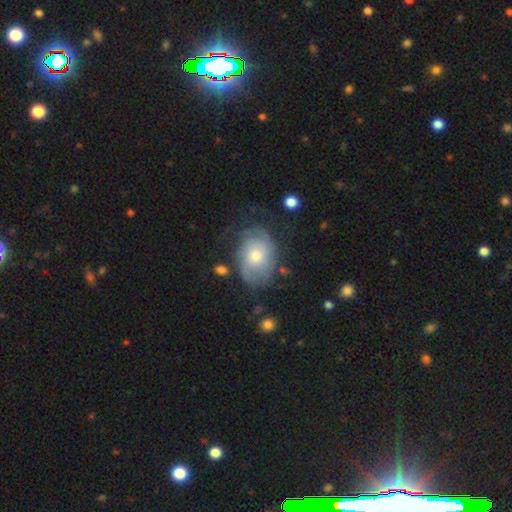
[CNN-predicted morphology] featured or disk 57%, smooth 35%, star or artifact 7%. Down the decision tree: edge-on disk — no (96%); bar — no (77%); spiral arms — yes (77%); bulge size — moderate (65%); merging — none (60%).